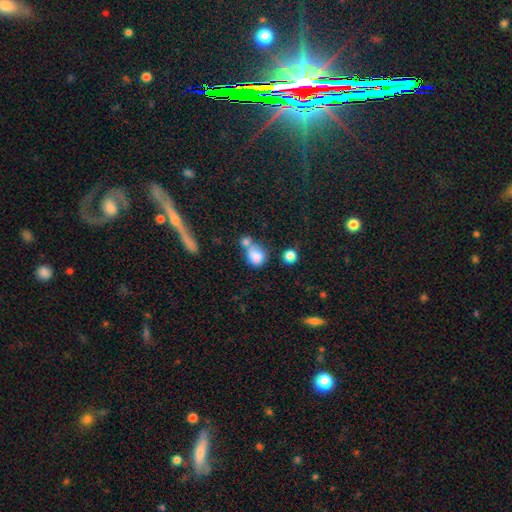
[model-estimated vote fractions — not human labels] A smooth galaxy with no disk features (77%) that is round (54%).

Vote fractions:
- Smooth or featured? smooth: 77% / featured or disk: 13% / star or artifact: 10%
- How rounded? round: 54% / in between: 44% / cigar-shaped: 2%
- Merging? merger: 49% / none: 29% / minor disturbance: 13% / major disturbance: 9%